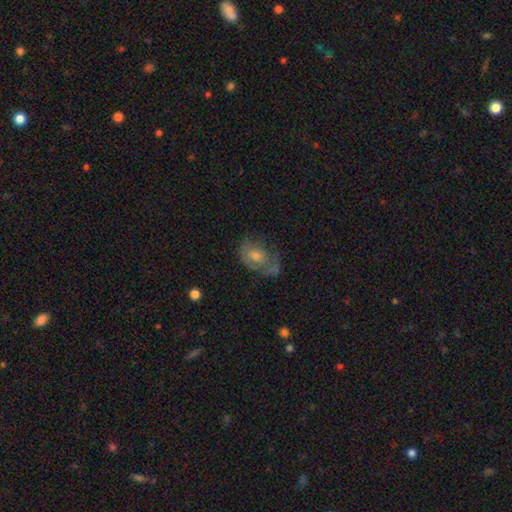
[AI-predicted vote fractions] This appears to be a featured or disk galaxy (48%). Merging: none (46%).